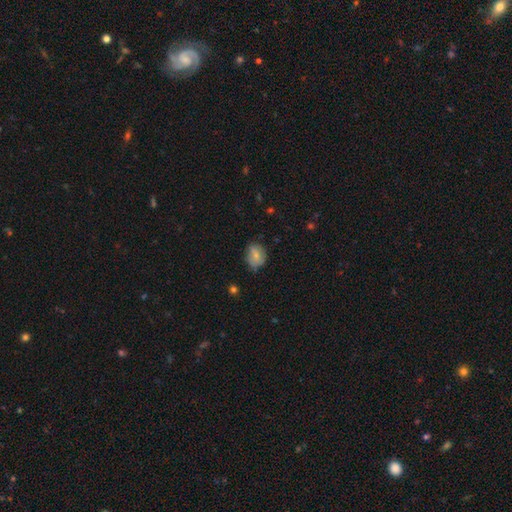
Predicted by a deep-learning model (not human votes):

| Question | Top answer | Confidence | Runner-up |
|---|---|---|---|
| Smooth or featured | smooth | 72% | featured or disk (20%) |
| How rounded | in between | 50% | round (49%) |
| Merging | none | 63% | minor disturbance (29%) |